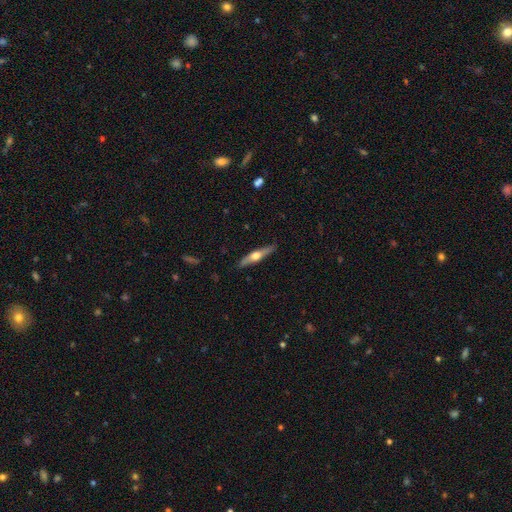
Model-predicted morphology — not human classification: A featured or disk galaxy (59%) viewed edge-on (94%) with a rounded central bulge (93%).

Vote fractions:
- Smooth or featured? featured or disk: 59% / smooth: 36% / star or artifact: 5%
- Edge-on disk? yes: 94% / no: 6%
- Edge-on bulge? rounded: 93% / none: 4% / boxy: 3%
- Merging? none: 88% / minor disturbance: 9% / major disturbance: 2% / merger: 1%